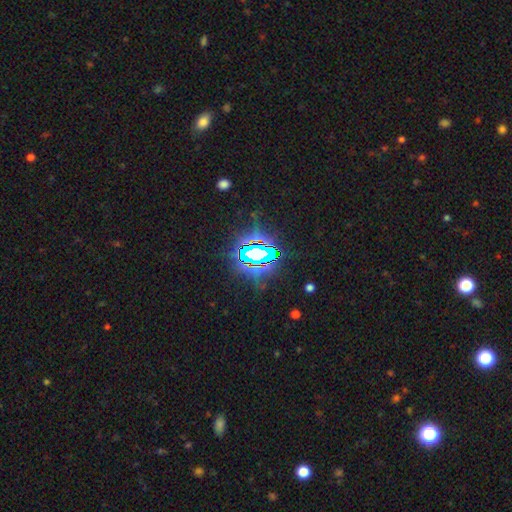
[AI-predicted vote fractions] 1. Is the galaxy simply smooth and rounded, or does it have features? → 78% star or artifact, 12% smooth, 11% featured or disk.